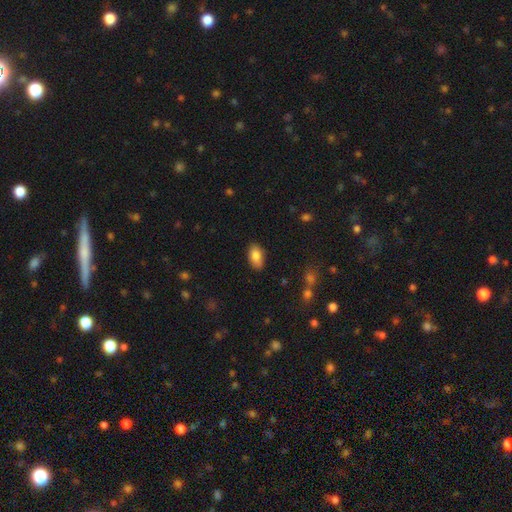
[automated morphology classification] Smooth or featured: smooth — 84% (featured or disk — 9%)
How rounded: in between — 93% (round — 4%)
Merging: none — 85% (minor disturbance — 11%)